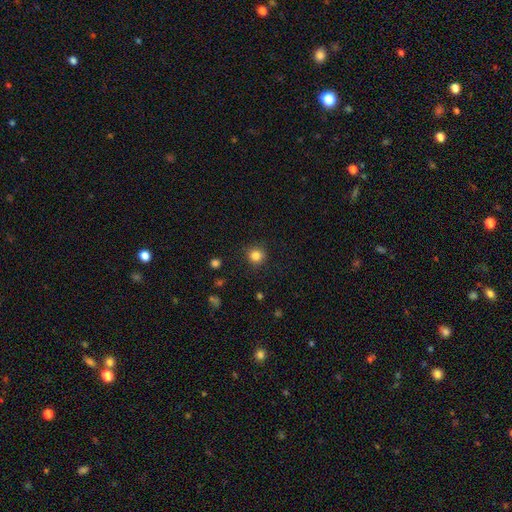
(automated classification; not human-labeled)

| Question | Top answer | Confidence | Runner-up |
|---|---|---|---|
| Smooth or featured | smooth | 84% | star or artifact (12%) |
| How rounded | round | 93% | in between (6%) |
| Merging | none | 90% | minor disturbance (7%) |